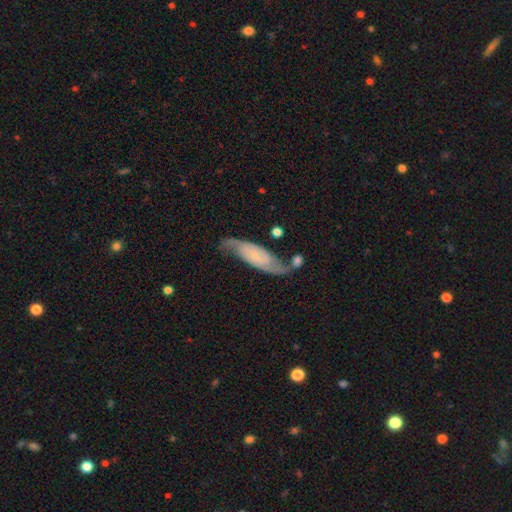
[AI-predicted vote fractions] The model was most divided on "spiral winding": medium: 42%, loose: 36%, tight: 21%. More confident: spiral arms — yes (95%); spiral arm count — 2 (90%); edge-on disk — no (89%); smooth or featured — featured or disk (78%); merging — none (61%); bulge size — small (58%); bar — no (57%).